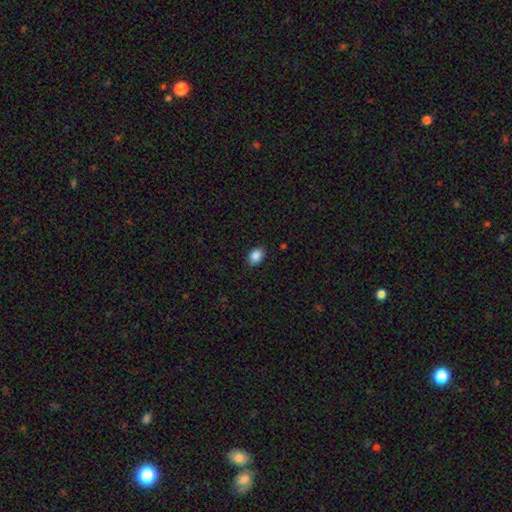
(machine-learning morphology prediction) A smooth galaxy with no disk features (88%) that is in between round and cigar-shaped (73%). Merging: none (88%).